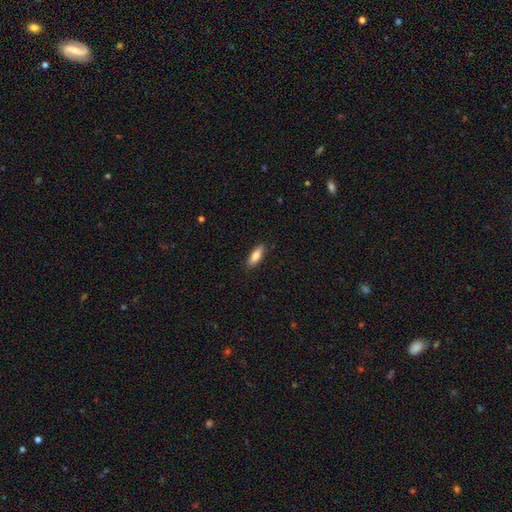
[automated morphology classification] This appears to be a smooth galaxy with no disk features (83%) that is in between round and cigar-shaped (63%). Merging: none (87%).